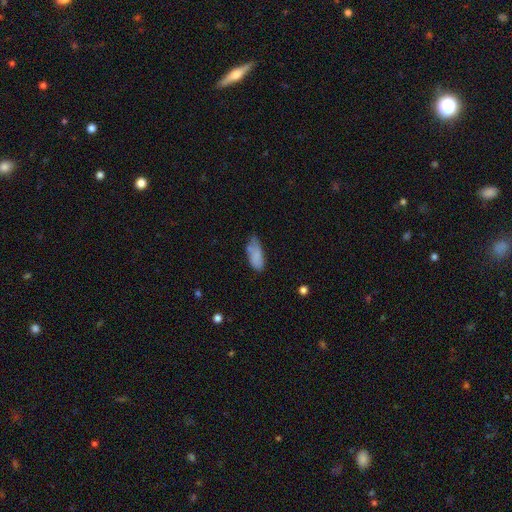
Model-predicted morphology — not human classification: Smooth or featured: smooth — 81% (featured or disk — 11%)
How rounded: in between — 83% (cigar-shaped — 15%)
Merging: none — 49% (minor disturbance — 36%)